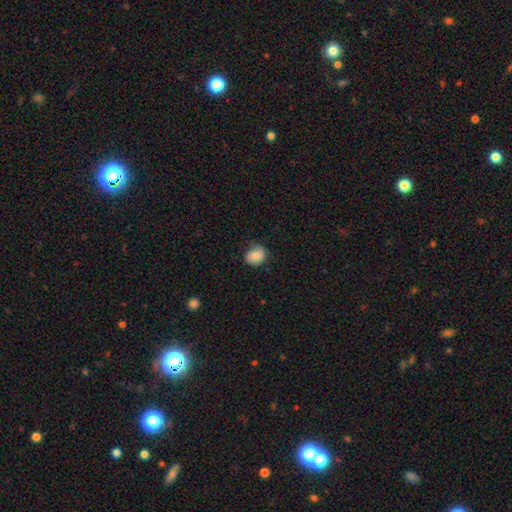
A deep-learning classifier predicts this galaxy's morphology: smooth_or_featured: smooth (p=0.80) [alt: featured or disk p=0.11]
how_rounded: round (p=0.71) [alt: in between p=0.28]
merging: none (p=0.73) [alt: minor disturbance p=0.22]